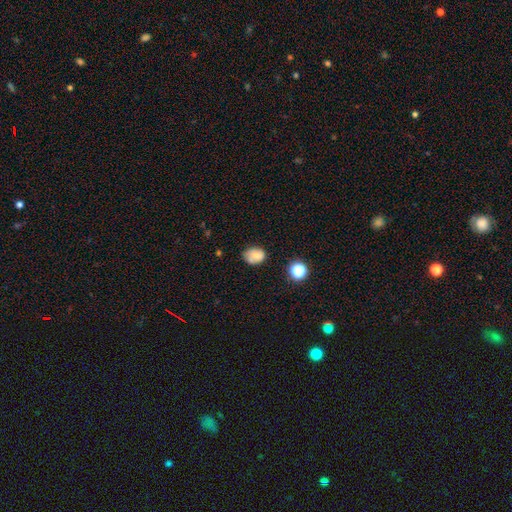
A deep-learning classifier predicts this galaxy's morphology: smooth 72%, featured or disk 16%, star or artifact 12%. Down the decision tree: how rounded — in between (55%); merging — none (62%).